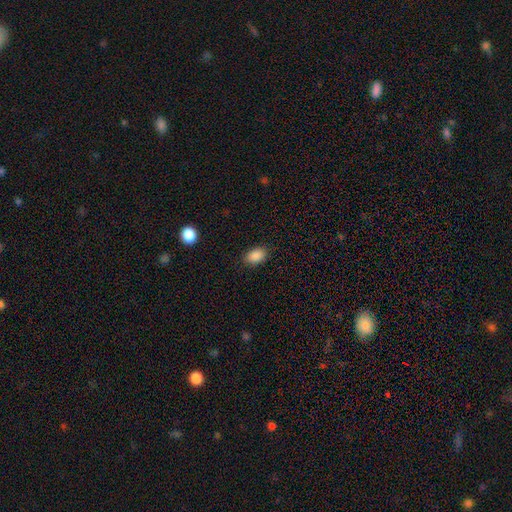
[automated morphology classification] smooth_or_featured: smooth (p=0.88) [alt: star or artifact p=0.08]
how_rounded: in between (p=0.88) [alt: round p=0.10]
merging: none (p=0.86) [alt: minor disturbance p=0.11]